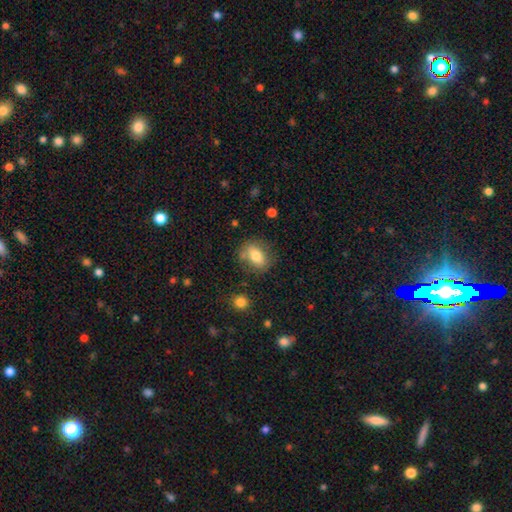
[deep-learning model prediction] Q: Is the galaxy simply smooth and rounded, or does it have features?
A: smooth — 75%.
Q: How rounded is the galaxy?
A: in between — 74%.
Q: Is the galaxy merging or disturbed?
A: none — 70%.